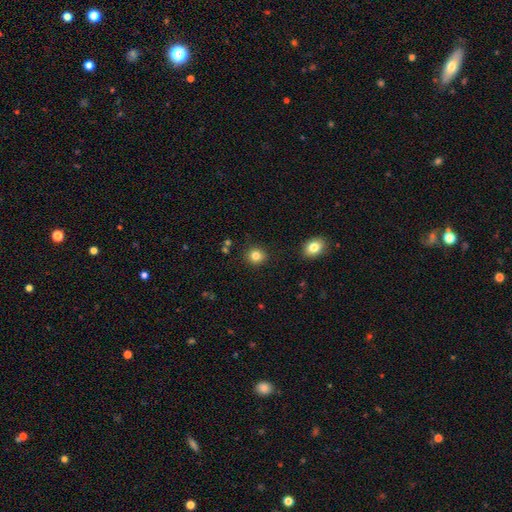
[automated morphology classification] Smooth or featured?
  - smooth: 83% *
  - star or artifact: 11%
  - featured or disk: 6%
How rounded?
  - round: 84% *
  - in between: 15%
  - cigar-shaped: 1%
Merging?
  - none: 89% *
  - minor disturbance: 7%
  - major disturbance: 2%
  - merger: 2%